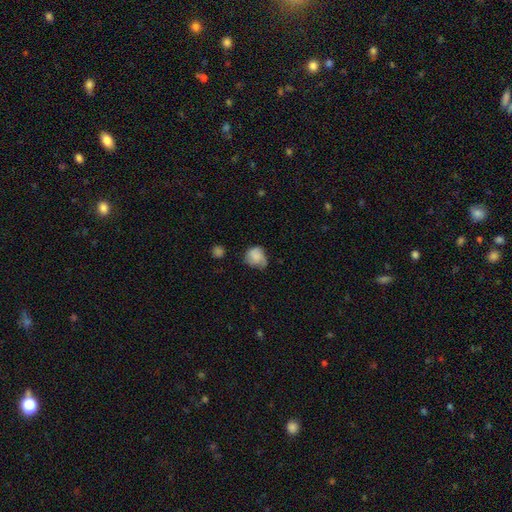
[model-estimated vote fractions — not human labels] This appears to be a smooth galaxy with no disk features (71%) that is round (64%). Merging: none (43%).